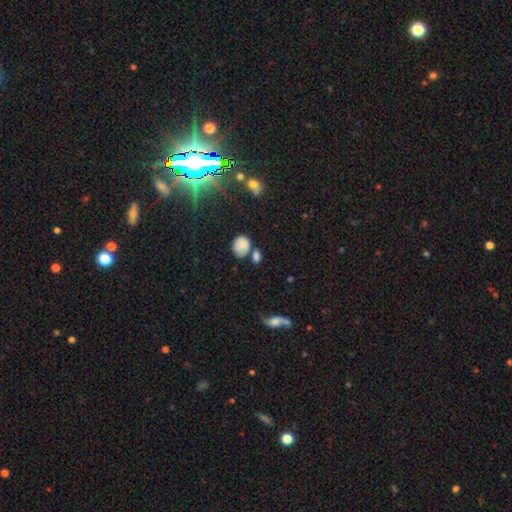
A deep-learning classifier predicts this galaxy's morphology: smooth 76%, star or artifact 13%, featured or disk 11%. Down the decision tree: how rounded — round (56%); merging — none (50%).